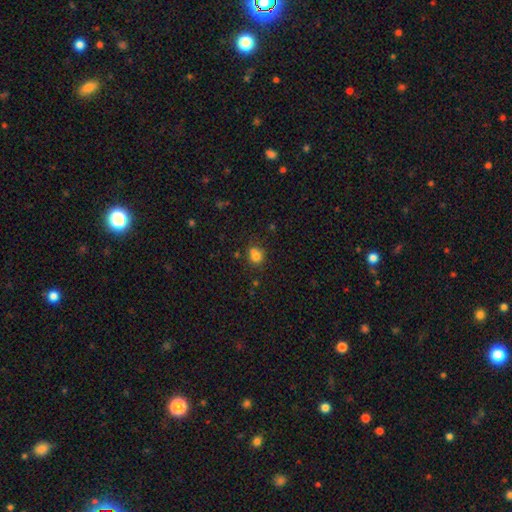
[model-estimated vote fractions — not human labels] The model was most divided on "how rounded": round: 69%, in between: 30%, cigar-shaped: 1%. More confident: smooth or featured — smooth (77%); merging — none (59%).